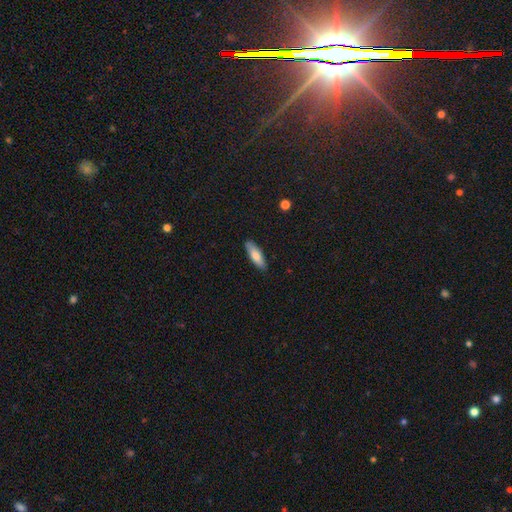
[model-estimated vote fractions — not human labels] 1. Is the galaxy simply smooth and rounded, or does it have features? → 75% smooth, 19% featured or disk, 6% star or artifact.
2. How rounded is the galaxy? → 51% cigar-shaped, 47% in between, 2% round.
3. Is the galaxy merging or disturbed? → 87% none, 10% minor disturbance, 2% major disturbance, 1% merger.